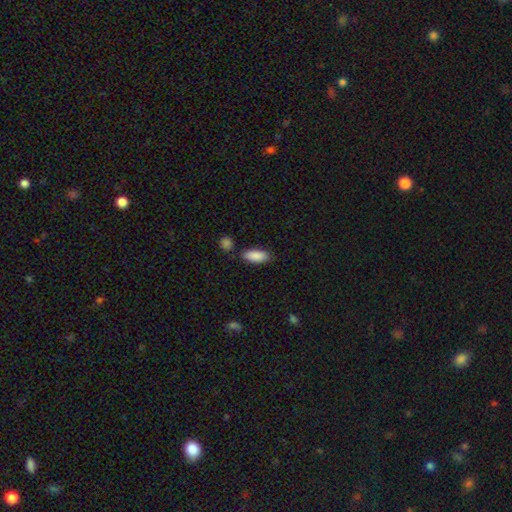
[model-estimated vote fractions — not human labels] The model was most divided on "merging": none: 78%, minor disturbance: 13%, merger: 5%, major disturbance: 3%. More confident: smooth or featured — smooth (88%); how rounded — in between (82%).